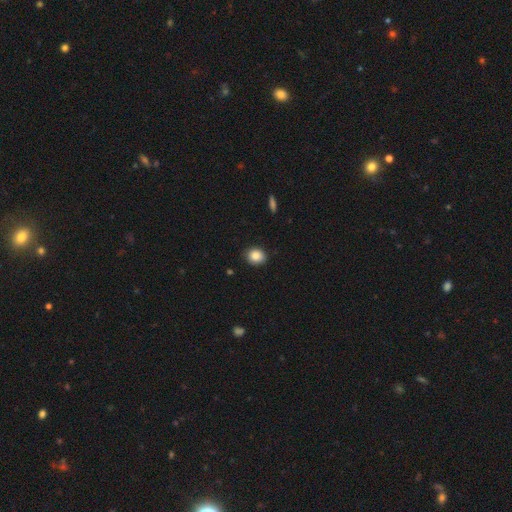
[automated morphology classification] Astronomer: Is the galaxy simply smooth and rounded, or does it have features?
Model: smooth — 87%.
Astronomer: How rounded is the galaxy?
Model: round — 68%.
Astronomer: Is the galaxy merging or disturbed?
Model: none — 88%.